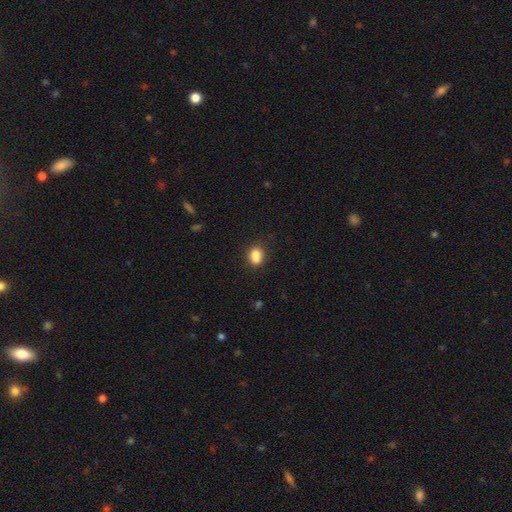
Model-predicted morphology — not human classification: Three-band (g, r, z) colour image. It shows a smooth galaxy with no disk features (85%) that is in between round and cigar-shaped (65%). Merging: none (71%).